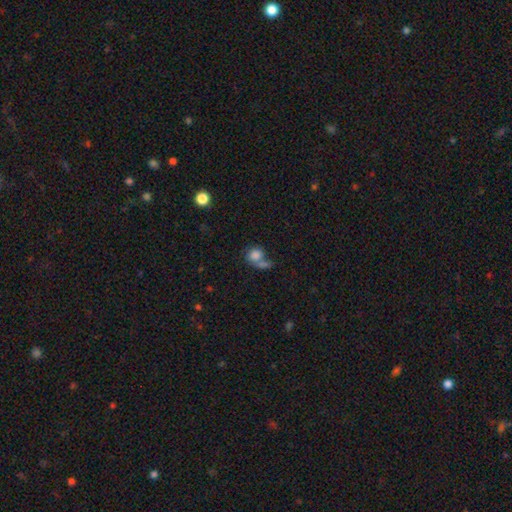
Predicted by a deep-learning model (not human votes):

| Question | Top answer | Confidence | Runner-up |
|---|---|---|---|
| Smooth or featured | smooth | 79% | featured or disk (11%) |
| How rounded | round | 68% | in between (30%) |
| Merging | merger | 46% | none (32%) |